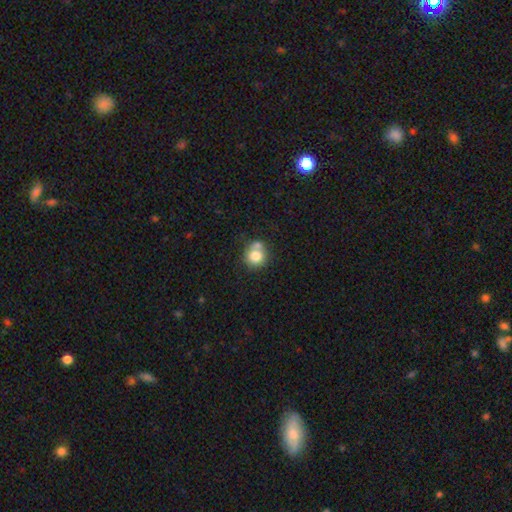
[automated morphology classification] This is likely a smooth galaxy (77%). How rounded: clearly round (86%). Merging: possibly none (51%).